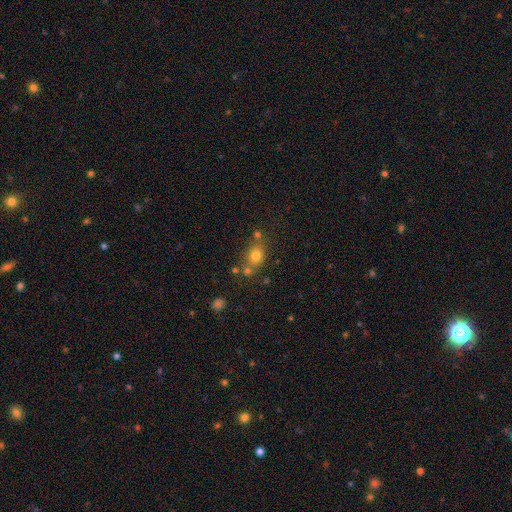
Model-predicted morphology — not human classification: Smooth or featured: smooth — 75% (star or artifact — 15%)
How rounded: round — 60% (in between — 38%)
Merging: none — 65% (merger — 17%)